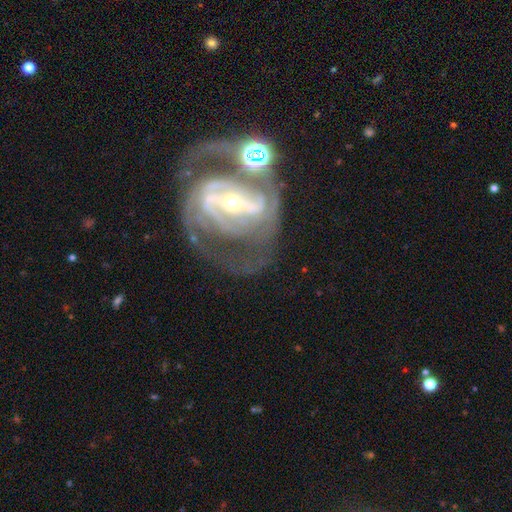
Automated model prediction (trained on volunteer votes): Smooth or featured? Predicted: featured or disk (p=0.87). Edge-on disk? Predicted: no (p=0.96). Bar? Predicted: strong (p=0.58). Spiral arms? Predicted: yes (p=0.92). Spiral winding? Predicted: tight (p=0.45). Spiral arm count? Predicted: 2 (p=0.53). Bulge size? Predicted: small (p=0.64). Merging? Predicted: none (p=0.43).